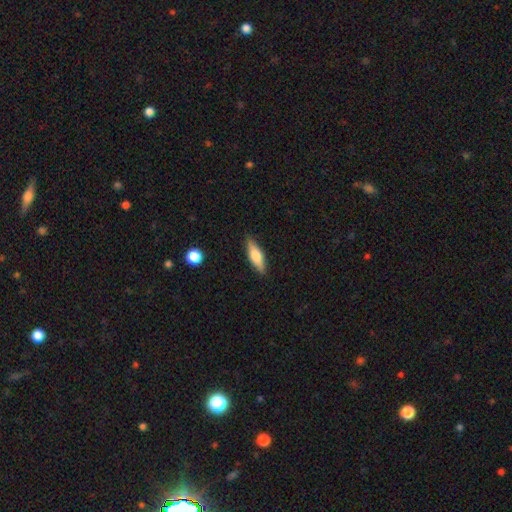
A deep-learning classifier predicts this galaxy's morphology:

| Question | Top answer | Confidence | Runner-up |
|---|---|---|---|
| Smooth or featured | smooth | 63% | featured or disk (31%) |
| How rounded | cigar-shaped | 49% | in between (48%) |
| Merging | none | 87% | minor disturbance (10%) |